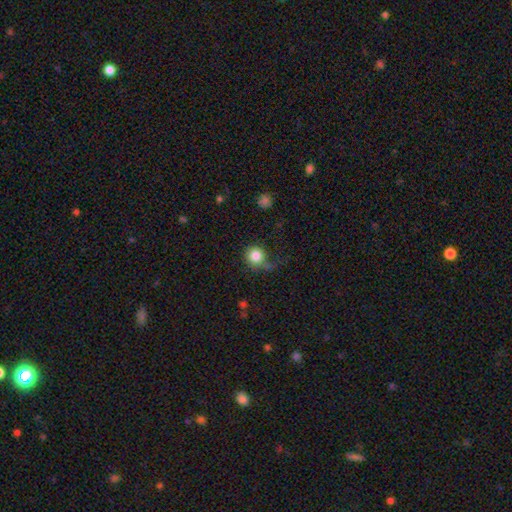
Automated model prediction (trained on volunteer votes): Smooth or featured: smooth — 83% (star or artifact — 9%)
How rounded: round — 91% (in between — 8%)
Merging: none — 58% (minor disturbance — 21%)